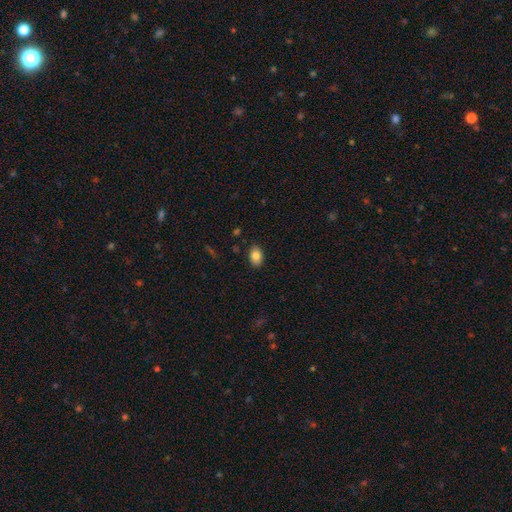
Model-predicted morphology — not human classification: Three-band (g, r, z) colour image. It shows a smooth galaxy with no disk features (82%) that is in between round and cigar-shaped (87%). Merging: none (88%).